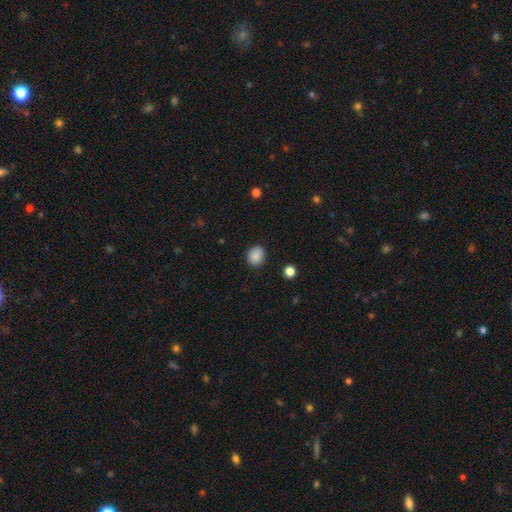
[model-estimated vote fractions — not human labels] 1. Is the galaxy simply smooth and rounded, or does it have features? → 87% smooth, 9% star or artifact, 4% featured or disk.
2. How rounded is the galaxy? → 72% round, 27% in between, 1% cigar-shaped.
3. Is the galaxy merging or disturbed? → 87% none, 9% minor disturbance, 2% major disturbance, 1% merger.